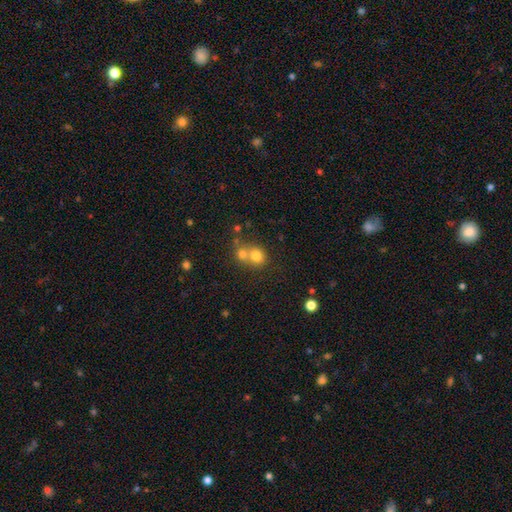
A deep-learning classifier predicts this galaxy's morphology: This is likely a smooth galaxy (75%). How rounded: likely round (78%). Merging: possibly merger (57%).